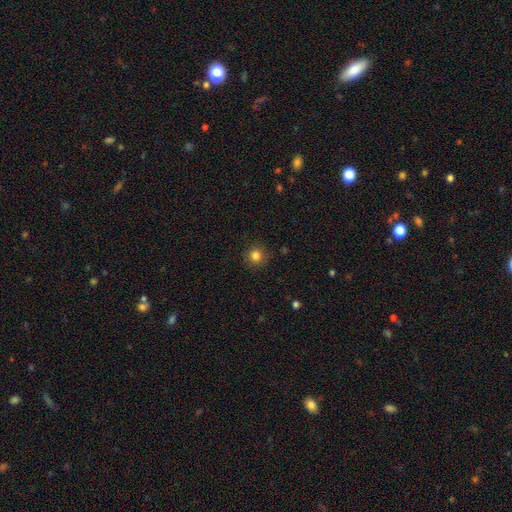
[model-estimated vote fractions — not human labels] smooth-or-featured: smooth: 82% | star or artifact: 12% | featured or disk: 5%
  how-rounded: round: 92% | in between: 7% | cigar-shaped: 1%
  merging: none: 88% | minor disturbance: 8% | major disturbance: 2% | merger: 1%